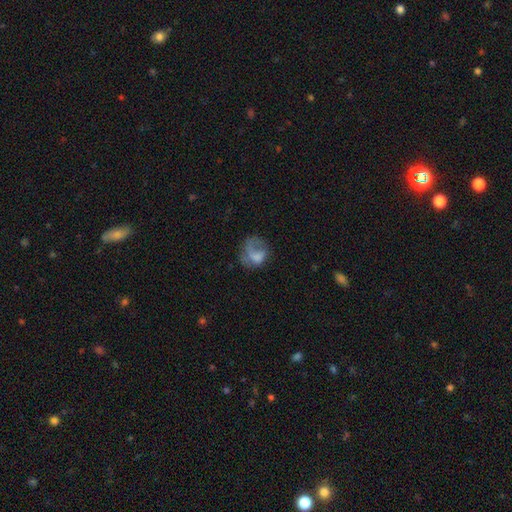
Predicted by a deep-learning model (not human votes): The model was most divided on "how rounded": round: 54%, in between: 45%, cigar-shaped: 1%. Remaining: smooth or featured — smooth (52%); merging — major disturbance (44%).